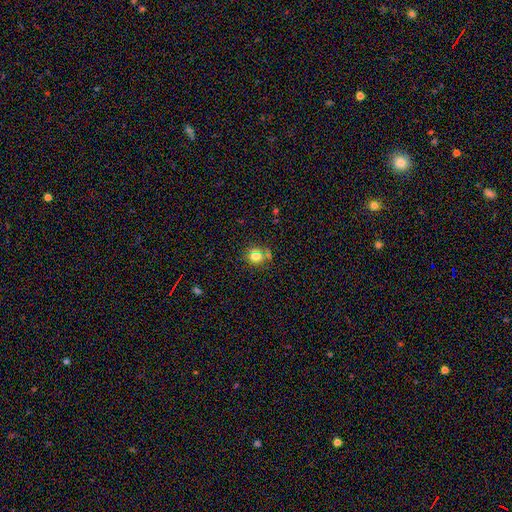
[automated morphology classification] type=smooth (77%); roundness=round (81%); merging=none (70%).